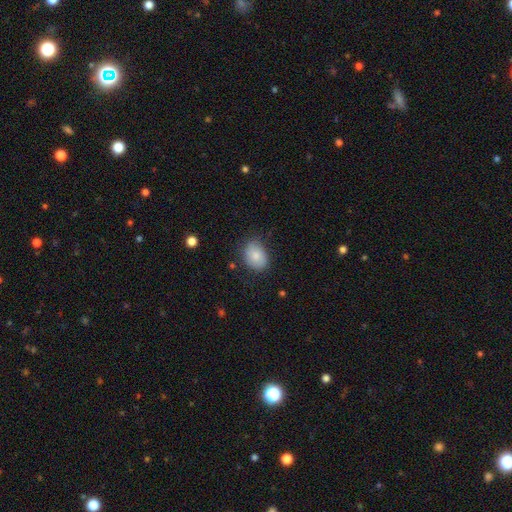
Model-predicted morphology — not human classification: Overall: smooth (82%). How rounded: in between (68%; round 31%). Merging: none (74%).